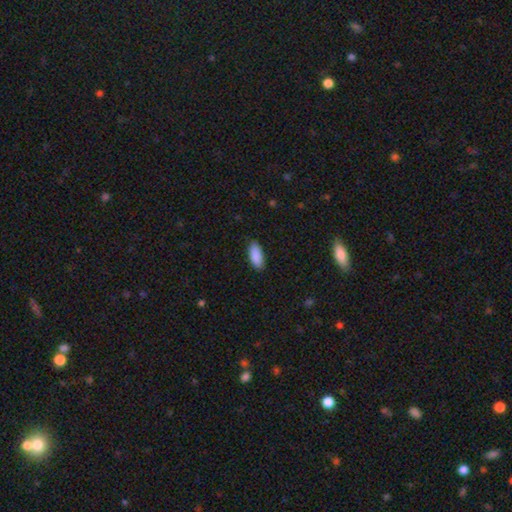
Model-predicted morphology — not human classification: This is clearly a smooth galaxy (90%). How rounded: clearly in between (84%). Merging: clearly none (86%).